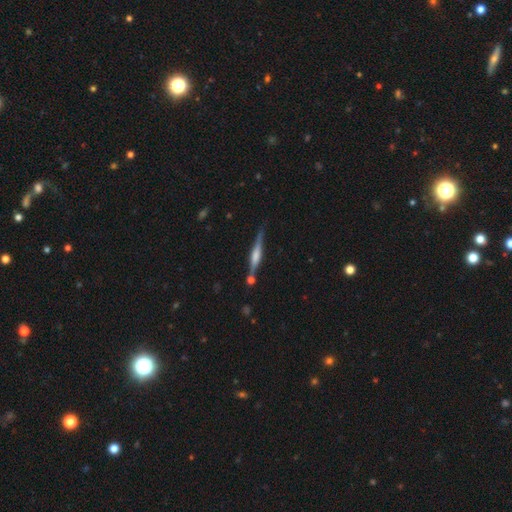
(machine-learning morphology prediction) type=featured or disk (72%); edge-on=yes (97%); edge-on bulge=rounded (56%); merging=none (78%).